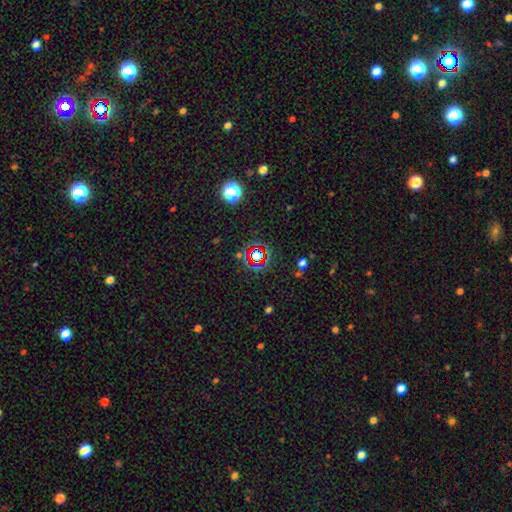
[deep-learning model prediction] Morphology: type=star or artifact (68%).